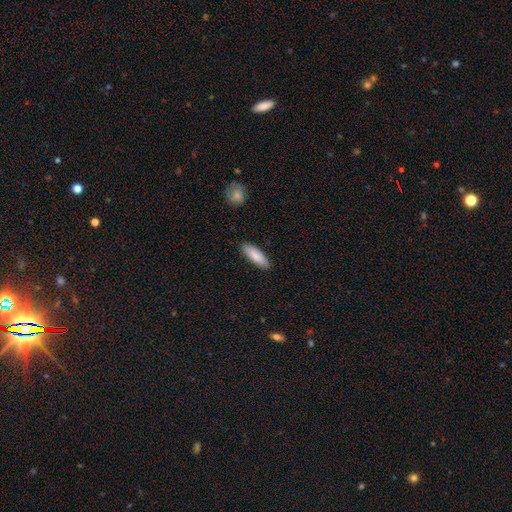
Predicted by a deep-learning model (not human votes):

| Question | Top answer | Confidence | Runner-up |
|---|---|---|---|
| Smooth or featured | smooth | 87% | featured or disk (8%) |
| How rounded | in between | 53% | cigar-shaped (45%) |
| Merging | none | 88% | minor disturbance (9%) |